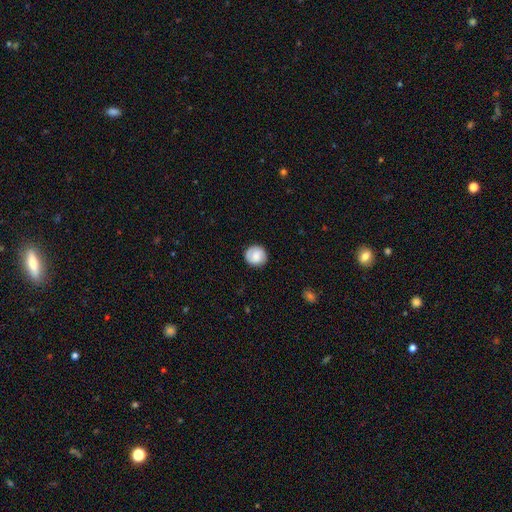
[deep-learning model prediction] This appears to be a smooth galaxy with no disk features (63%) that is round (88%). Merging: none (84%).